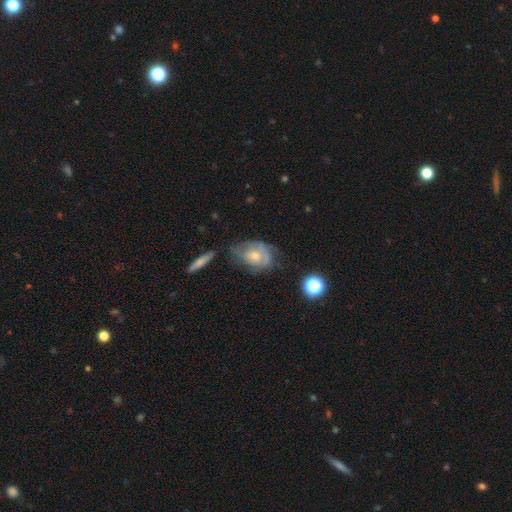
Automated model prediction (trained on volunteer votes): Q: Smooth or featured?
A: featured or disk (51%); runner-up: smooth (40%)
Q: Edge-on disk?
A: no (94%); runner-up: yes (6%)
Q: Merging?
A: none (37%); runner-up: minor disturbance (33%)